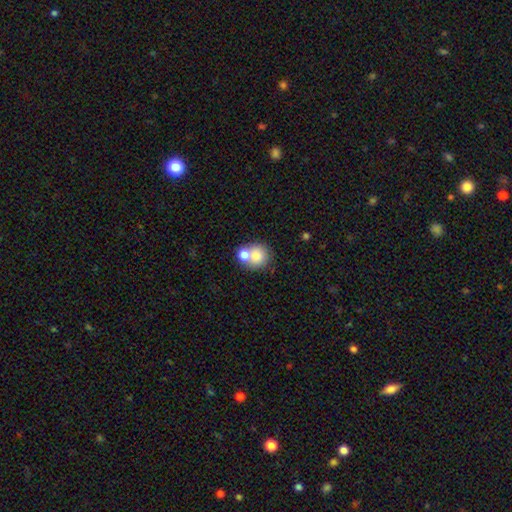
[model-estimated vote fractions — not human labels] Smooth or featured? smooth (75%)
How rounded? round (83%)
Merging? merger (47%)